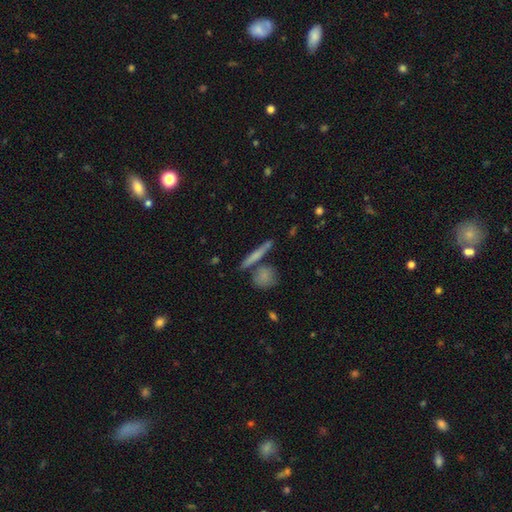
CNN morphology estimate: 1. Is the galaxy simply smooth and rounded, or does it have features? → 54% smooth, 37% featured or disk, 9% star or artifact.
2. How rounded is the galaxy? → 84% cigar-shaped, 9% in between, 8% round.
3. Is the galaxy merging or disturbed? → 75% none, 13% merger, 9% minor disturbance, 3% major disturbance.